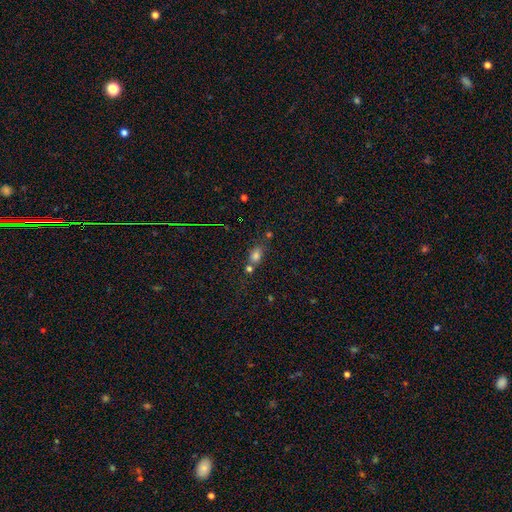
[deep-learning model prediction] A smooth galaxy with no disk features (73%) that is in between round and cigar-shaped (71%).

Vote fractions:
- Smooth or featured? smooth: 73% / star or artifact: 17% / featured or disk: 10%
- How rounded? in between: 71% / round: 26% / cigar-shaped: 3%
- Merging? none: 54% / merger: 26% / minor disturbance: 15% / major disturbance: 6%